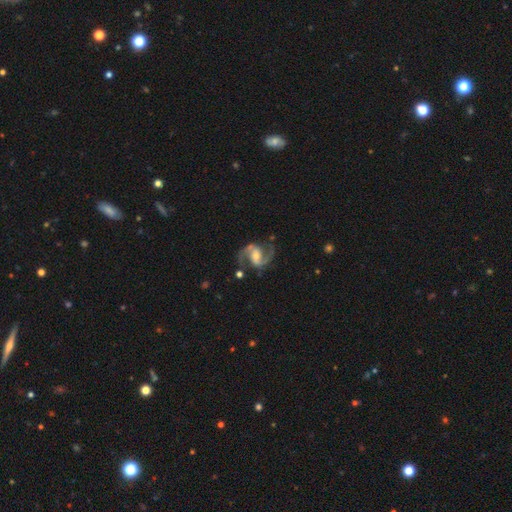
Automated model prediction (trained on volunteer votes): This appears to be a featured or disk galaxy (91%) with a weak bar (45%), 2 (94%) medium (62%) spiral arms (98%) and a moderate central bulge (49%). Merging: none (79%).